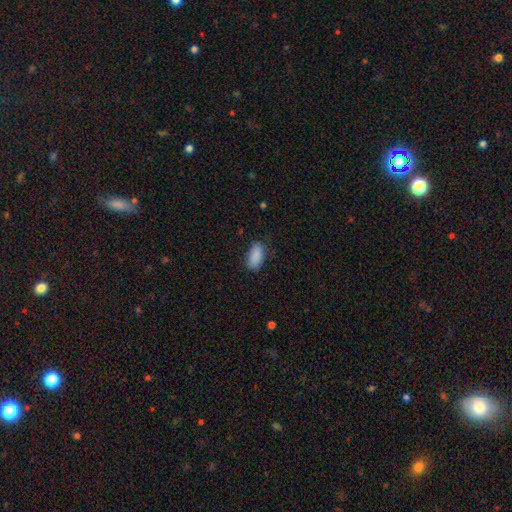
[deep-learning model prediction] Overall: smooth (89%). How rounded: in between (89%). Merging: none (79%).